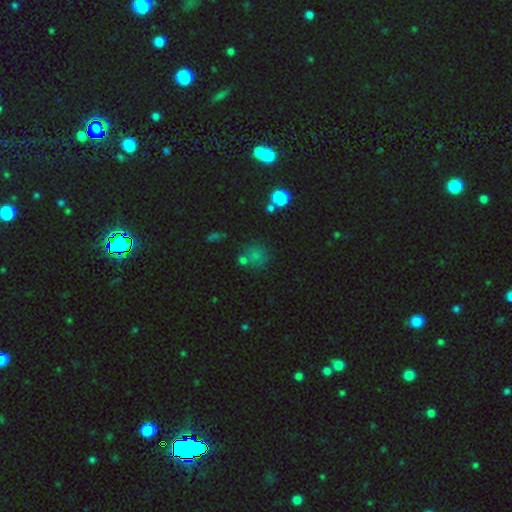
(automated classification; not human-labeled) Morphology: type=smooth (66%); roundness=round (83%); merging=none (59%).